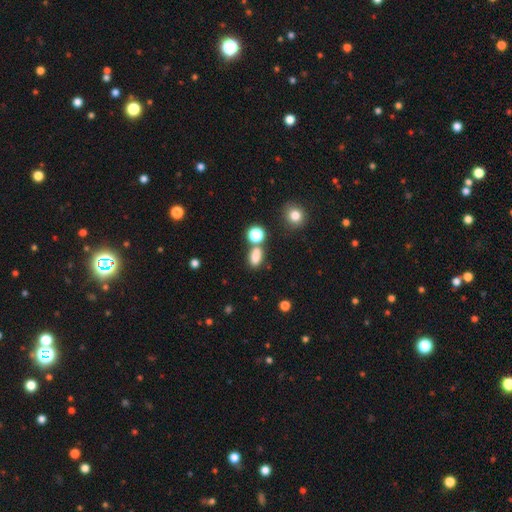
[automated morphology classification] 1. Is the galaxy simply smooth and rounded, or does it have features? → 80% smooth, 14% star or artifact, 6% featured or disk.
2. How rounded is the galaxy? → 76% in between, 19% round, 5% cigar-shaped.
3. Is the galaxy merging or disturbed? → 63% none, 19% merger, 13% minor disturbance, 5% major disturbance.